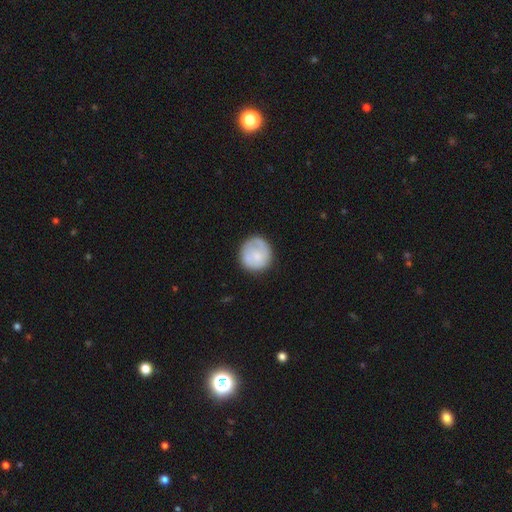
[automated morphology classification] Smooth or featured: smooth — 66% (featured or disk — 28%)
How rounded: round — 92% (in between — 8%)
Merging: none — 74% (minor disturbance — 18%)